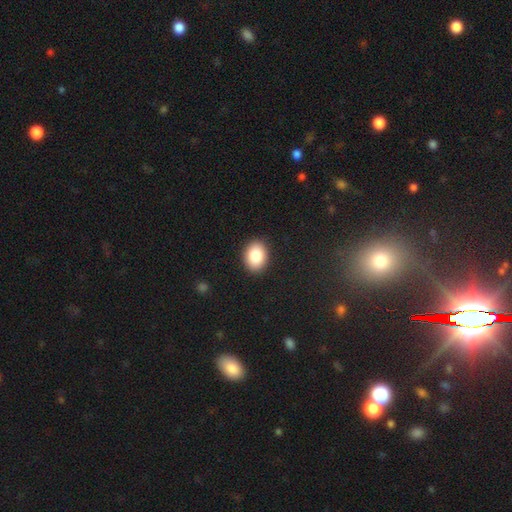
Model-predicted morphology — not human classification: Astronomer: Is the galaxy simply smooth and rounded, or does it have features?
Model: smooth — 85%.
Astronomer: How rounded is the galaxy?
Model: in between — 64%.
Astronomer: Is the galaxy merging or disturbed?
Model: none — 90%.